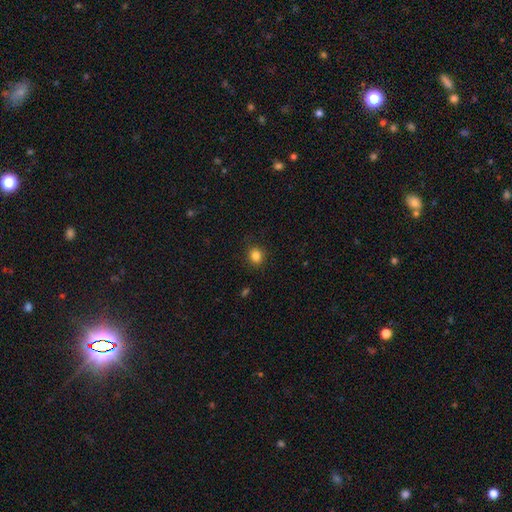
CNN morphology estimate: This appears to be a smooth galaxy with no disk features (84%) that is round (77%). Merging: none (88%).